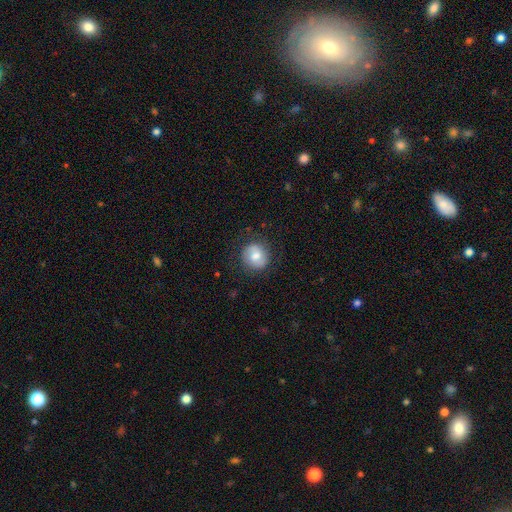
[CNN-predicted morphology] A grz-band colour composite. It shows a smooth galaxy with no disk features (65%) that is round (85%). Merging: none (80%).